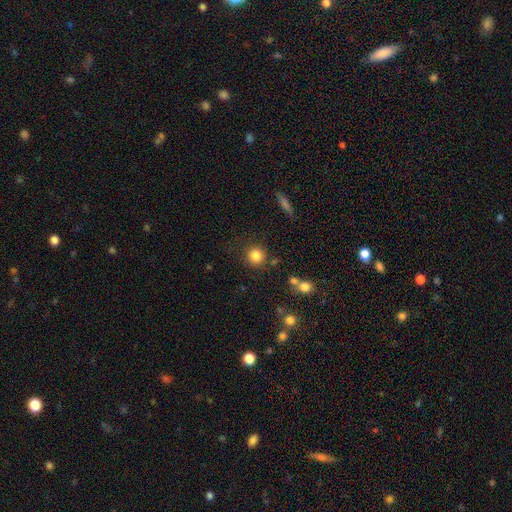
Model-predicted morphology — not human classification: Overall: smooth (84%). How rounded: round (93%). Merging: none (84%).